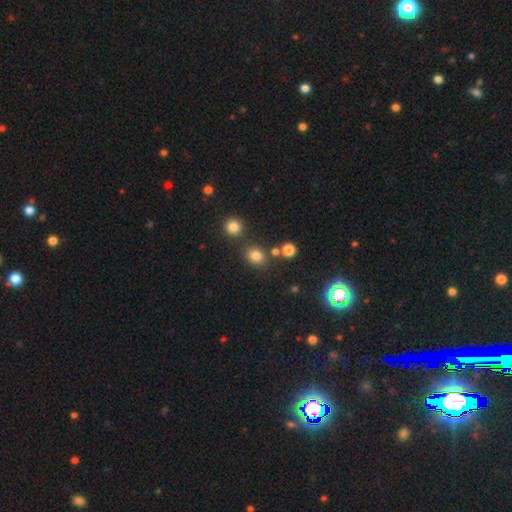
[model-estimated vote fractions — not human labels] A smooth galaxy with no disk features (78%) that is round (61%). Merging: none (75%).